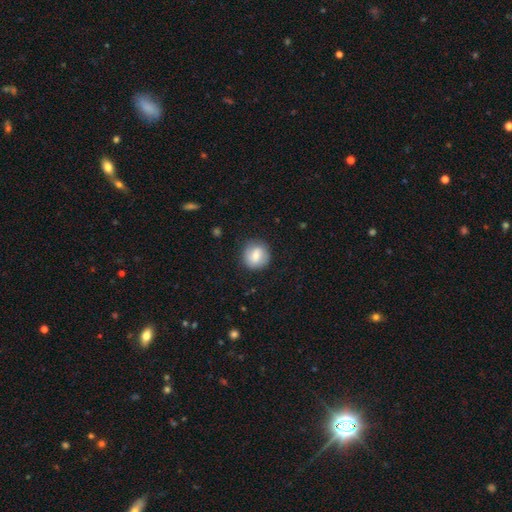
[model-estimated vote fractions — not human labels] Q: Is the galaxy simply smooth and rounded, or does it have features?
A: smooth — 71%.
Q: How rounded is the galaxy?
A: round — 88%.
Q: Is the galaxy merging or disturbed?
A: none — 83%.